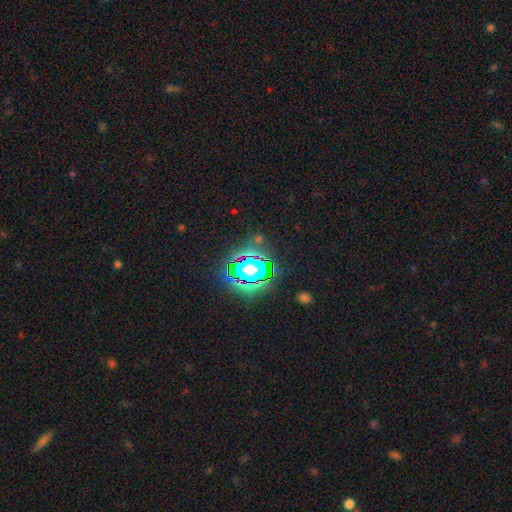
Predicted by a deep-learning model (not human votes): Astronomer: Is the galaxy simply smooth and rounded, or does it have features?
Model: star or artifact — 84%.